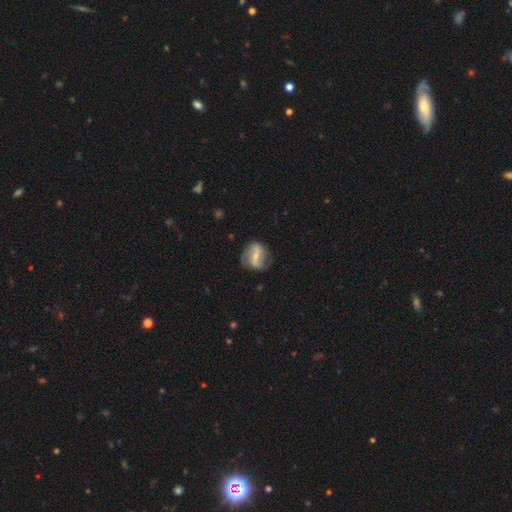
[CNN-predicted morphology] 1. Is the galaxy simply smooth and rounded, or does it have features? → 68% featured or disk, 25% smooth, 7% star or artifact.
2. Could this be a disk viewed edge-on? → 94% no, 6% yes.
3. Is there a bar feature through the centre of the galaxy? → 58% strong, 31% weak, 12% no.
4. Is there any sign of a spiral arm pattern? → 75% yes, 25% no.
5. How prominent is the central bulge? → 53% small, 32% moderate, 11% none, 3% large, 1% dominant.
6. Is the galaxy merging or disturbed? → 65% none, 22% minor disturbance, 11% major disturbance, 2% merger.